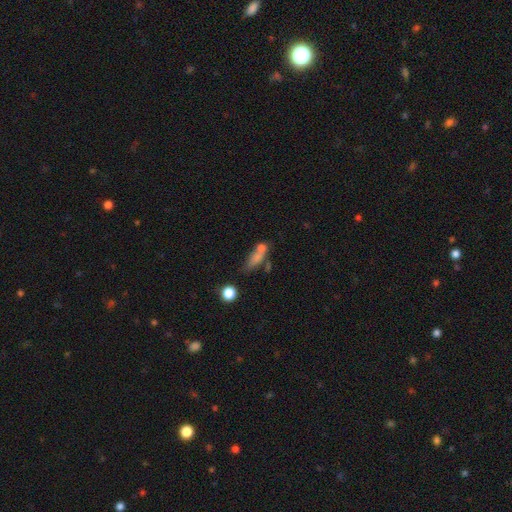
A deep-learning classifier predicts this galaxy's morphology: Overall: smooth (68%). How rounded: in between (57%; cigar-shaped 31%). Merging: none (39%; merger 32%).